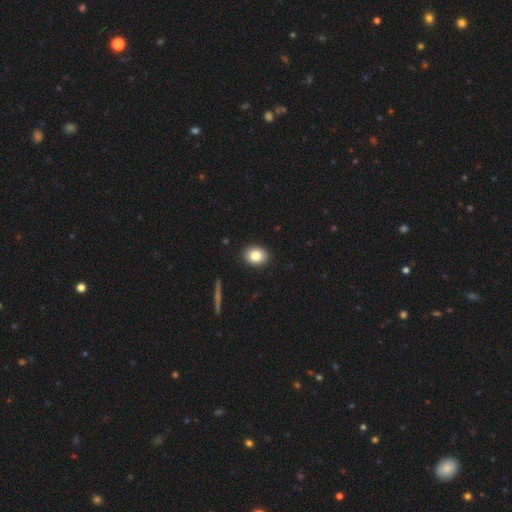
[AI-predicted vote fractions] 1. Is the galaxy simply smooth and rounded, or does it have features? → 83% smooth, 9% star or artifact, 8% featured or disk.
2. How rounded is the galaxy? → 54% in between, 45% round, 1% cigar-shaped.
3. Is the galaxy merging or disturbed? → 91% none, 6% minor disturbance, 2% major disturbance, 1% merger.